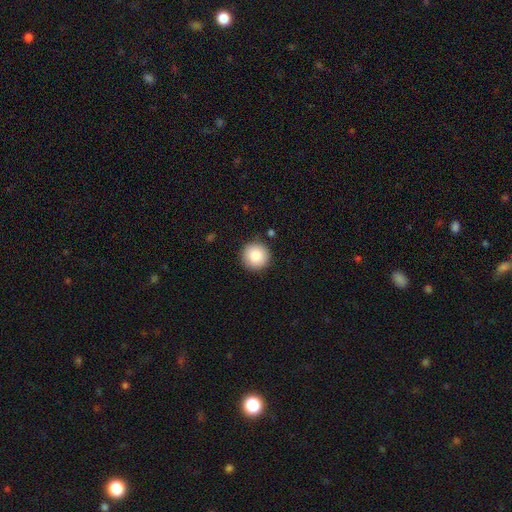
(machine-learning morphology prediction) smooth 85%, star or artifact 8%, featured or disk 7%. Down the decision tree: how rounded — round (96%); merging — none (90%).